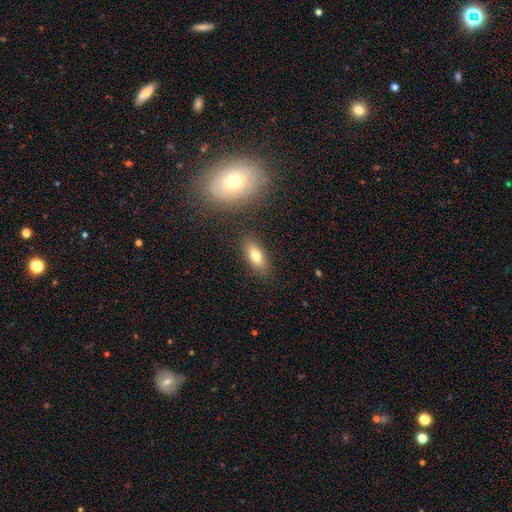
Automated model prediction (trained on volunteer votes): Overall: smooth (74%). How rounded: in between (81%). Merging: none (84%).